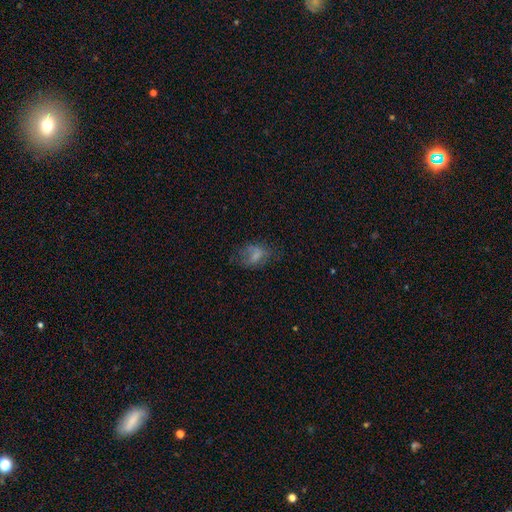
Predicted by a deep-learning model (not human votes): This is possibly a smooth galaxy (47%). Merging: possibly none (53%).